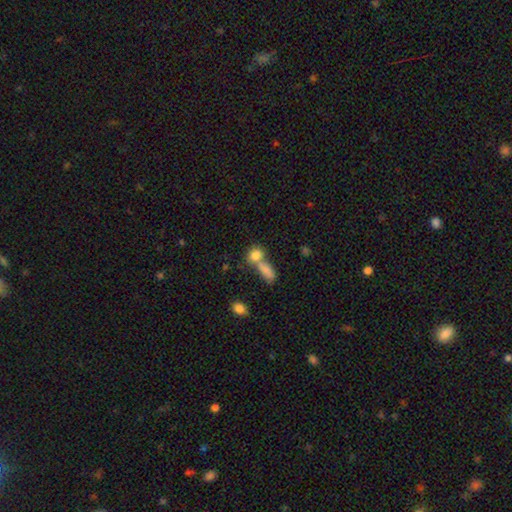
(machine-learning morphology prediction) Smooth or featured?
  - smooth: 82% *
  - star or artifact: 9%
  - featured or disk: 9%
How rounded?
  - in between: 57% *
  - round: 38%
  - cigar-shaped: 6%
Merging?
  - merger: 52% *
  - none: 35%
  - minor disturbance: 8%
  - major disturbance: 5%